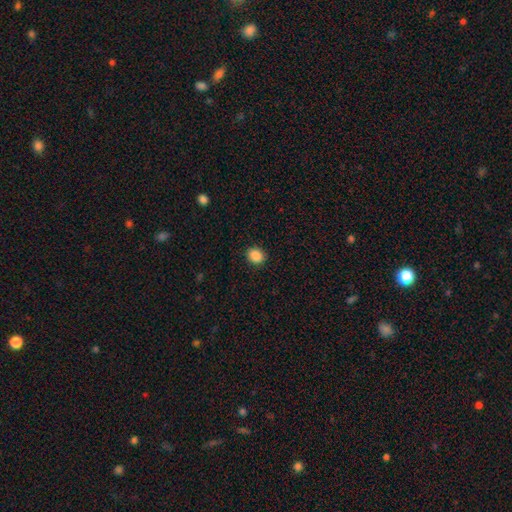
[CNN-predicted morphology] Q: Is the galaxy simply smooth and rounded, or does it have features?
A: smooth — 88%.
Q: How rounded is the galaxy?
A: round — 66%.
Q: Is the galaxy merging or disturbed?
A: none — 90%.